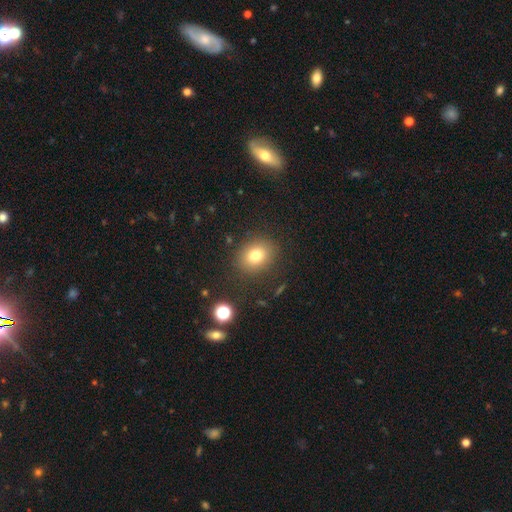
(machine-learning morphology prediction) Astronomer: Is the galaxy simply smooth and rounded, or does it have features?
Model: smooth — 77%.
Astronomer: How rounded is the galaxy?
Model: round — 54% (runner-up: in between, 45%).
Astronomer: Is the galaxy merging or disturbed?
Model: none — 85%.